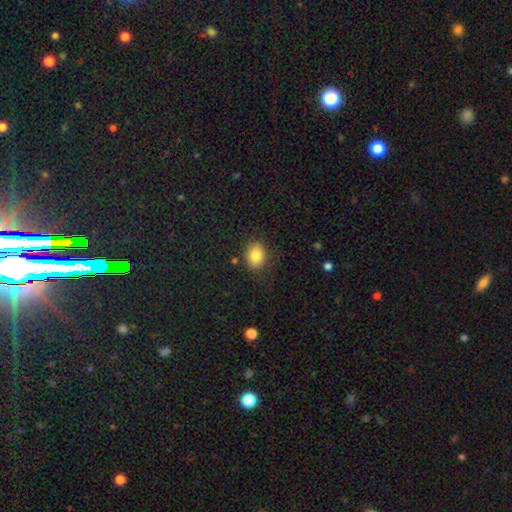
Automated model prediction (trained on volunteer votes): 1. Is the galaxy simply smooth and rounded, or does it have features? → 83% smooth, 9% star or artifact, 7% featured or disk.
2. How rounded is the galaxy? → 59% in between, 40% round, 1% cigar-shaped.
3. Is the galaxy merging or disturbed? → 80% none, 14% minor disturbance, 4% major disturbance, 2% merger.